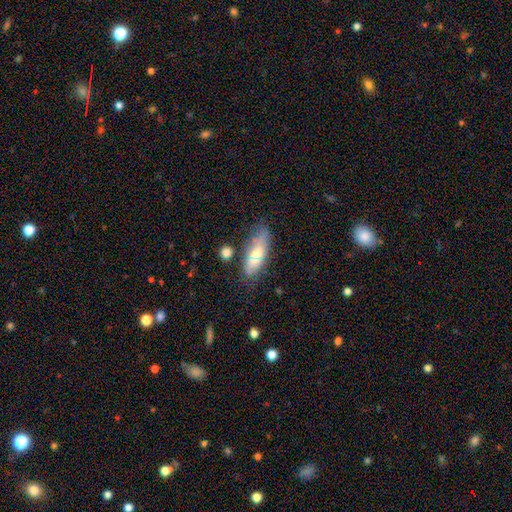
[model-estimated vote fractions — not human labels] Smooth or featured? smooth (63%)
How rounded? in between (65%)
Merging? none (67%)